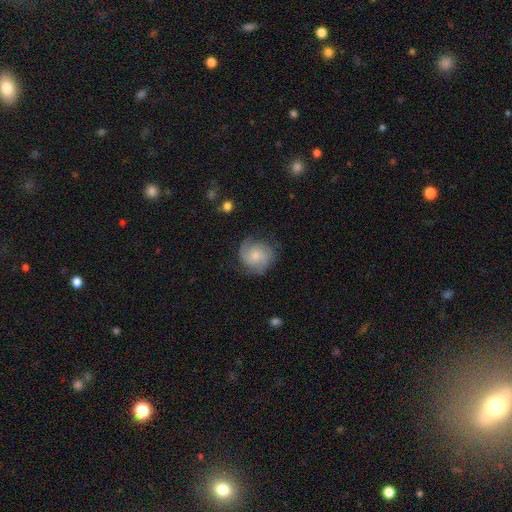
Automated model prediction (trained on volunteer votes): This is possibly a smooth galaxy (47%). Merging: likely none (69%).